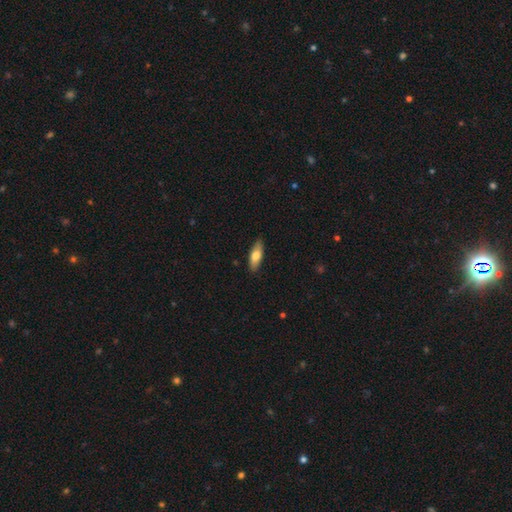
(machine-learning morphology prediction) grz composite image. It shows a smooth galaxy with no disk features (74%) that is in between round and cigar-shaped (67%). Merging: none (86%).